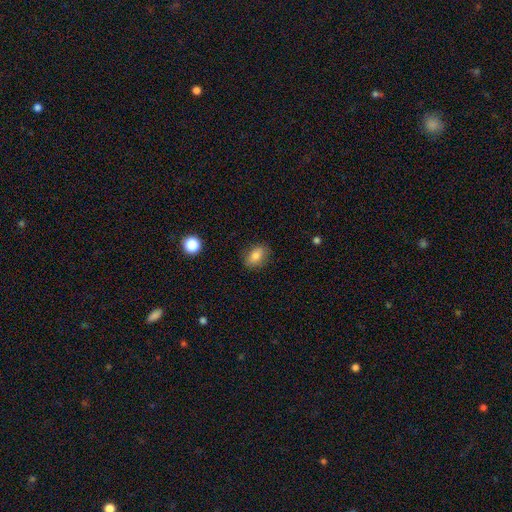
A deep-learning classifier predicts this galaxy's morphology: type=smooth (84%); roundness=in between (80%); merging=none (84%).